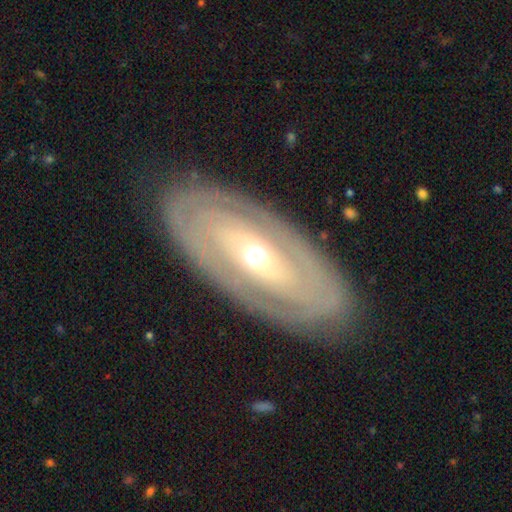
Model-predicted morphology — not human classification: Overall: featured or disk (80%). Edge-on disk: no (90%). Bar: no (62%; weak 23%). Spiral arms: yes (63%; no 37%). Bulge size: moderate (56%; small 40%). Merging: none (85%).